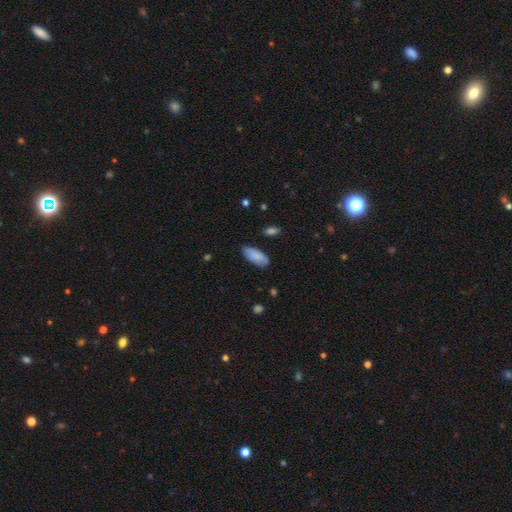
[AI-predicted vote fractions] smooth-or-featured: smooth: 85% | featured or disk: 9% | star or artifact: 6%
  how-rounded: in between: 85% | cigar-shaped: 13% | round: 2%
  merging: none: 79% | minor disturbance: 17% | major disturbance: 3% | merger: 2%